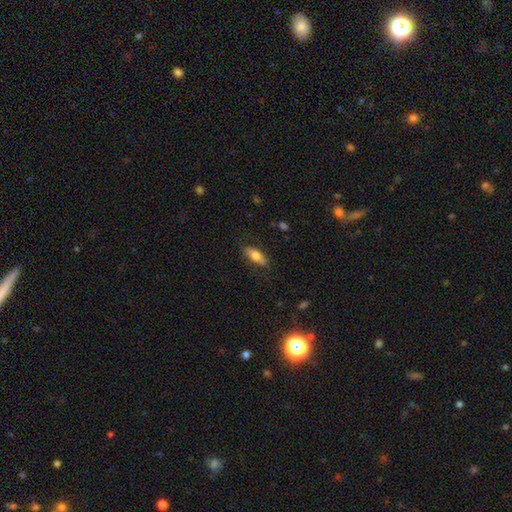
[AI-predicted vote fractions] A smooth galaxy with no disk features (69%) that is in between round and cigar-shaped (78%). Merging: none (80%).